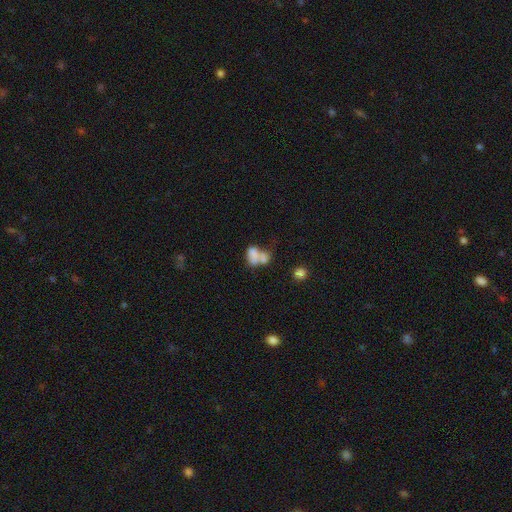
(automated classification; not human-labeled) A smooth galaxy with no disk features (67%) that is in between round and cigar-shaped (76%). Merging: merger (64%).